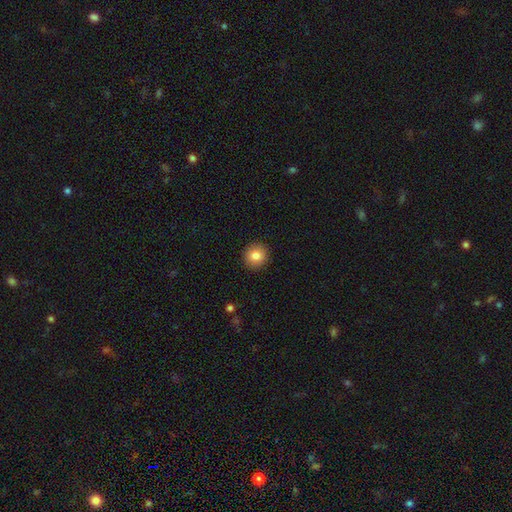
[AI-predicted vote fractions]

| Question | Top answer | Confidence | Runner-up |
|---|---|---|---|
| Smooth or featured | smooth | 82% | star or artifact (10%) |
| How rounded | round | 93% | in between (6%) |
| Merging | none | 92% | minor disturbance (5%) |